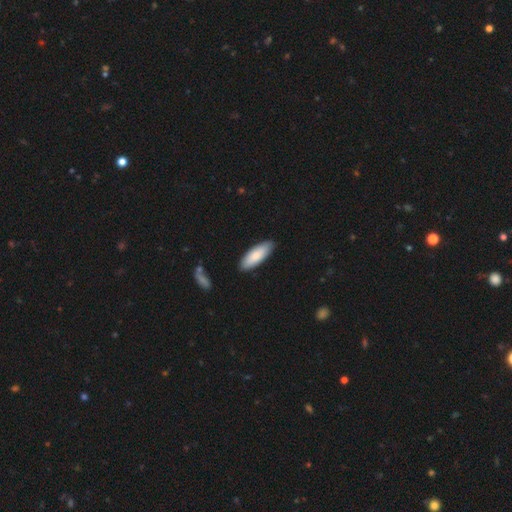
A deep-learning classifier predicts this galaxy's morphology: This is clearly a smooth galaxy (82%). How rounded: likely in between (65%). Merging: clearly none (85%).